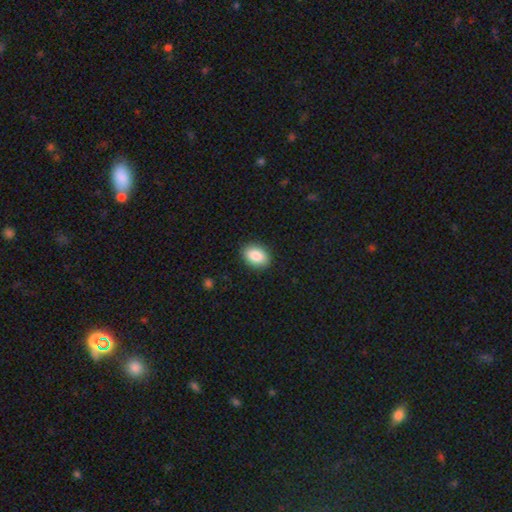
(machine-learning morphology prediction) This is clearly a smooth galaxy (88%). How rounded: clearly in between (81%). Merging: clearly none (89%).